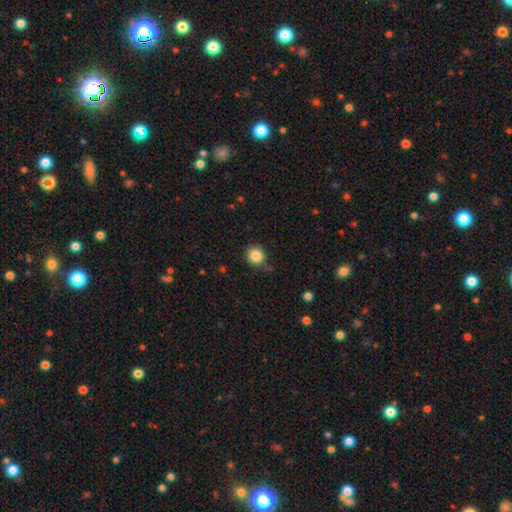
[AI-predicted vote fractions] Smooth or featured? Predicted: smooth (p=0.85). How rounded? Predicted: round (p=0.90). Merging? Predicted: none (p=0.84).